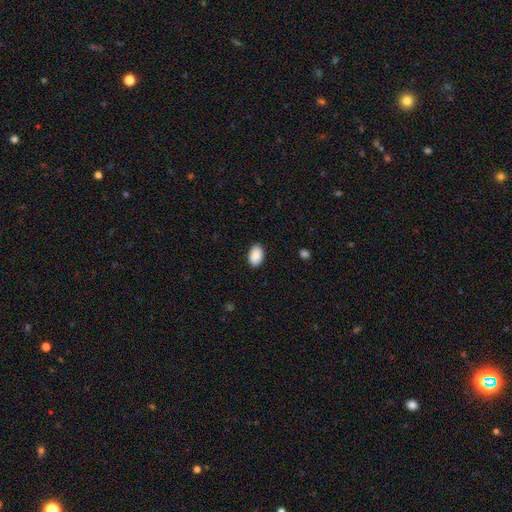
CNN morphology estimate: smooth 90%, star or artifact 6%, featured or disk 4%. Down the decision tree: how rounded — in between (90%); merging — none (88%).